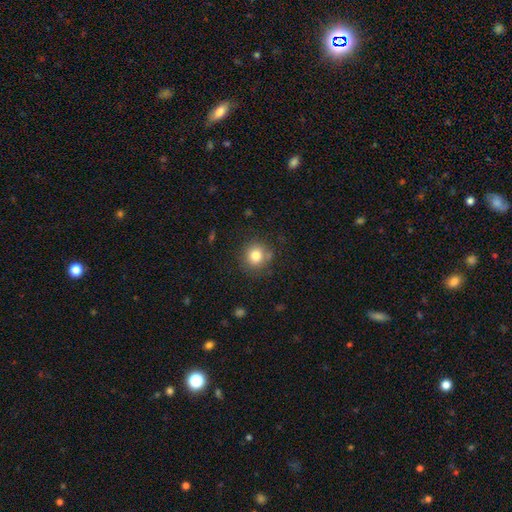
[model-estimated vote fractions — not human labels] smooth_or_featured: smooth (p=0.81) [alt: star or artifact p=0.11]
how_rounded: round (p=0.90) [alt: in between p=0.09]
merging: none (p=0.82) [alt: minor disturbance p=0.11]